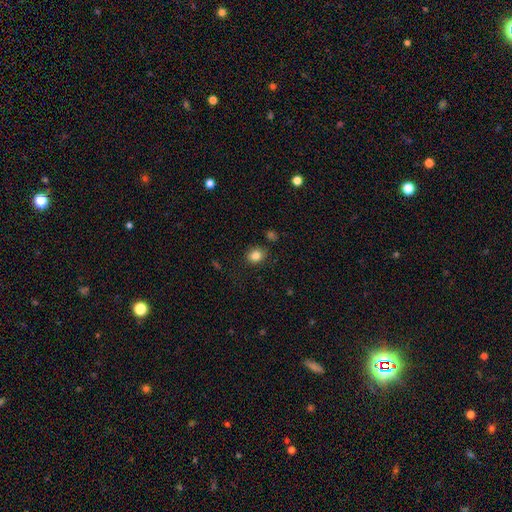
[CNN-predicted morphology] smooth-or-featured: smooth: 84% | star or artifact: 11% | featured or disk: 6%
  how-rounded: round: 63% | in between: 36% | cigar-shaped: 1%
  merging: none: 83% | minor disturbance: 11% | major disturbance: 3% | merger: 3%